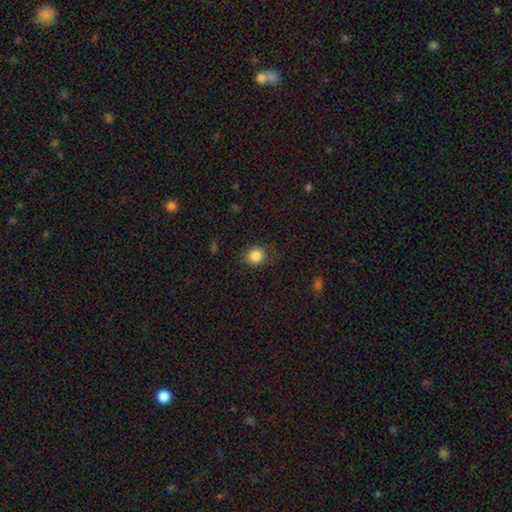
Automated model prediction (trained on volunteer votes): This appears to be a smooth galaxy with no disk features (85%) that is round (81%). Merging: none (81%).